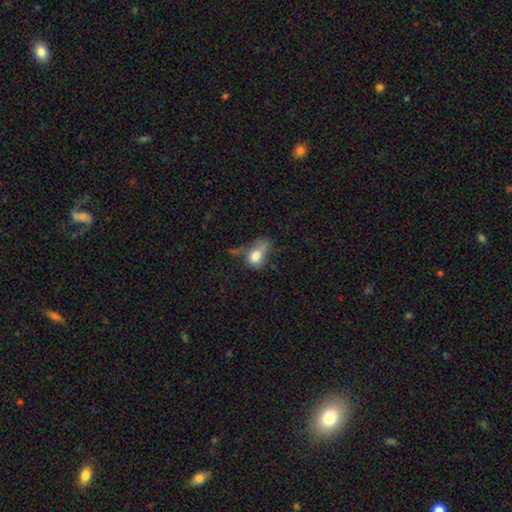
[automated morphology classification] smooth 73%, featured or disk 17%, star or artifact 10%. Down the decision tree: how rounded — in between (75%); merging — major disturbance (34%).